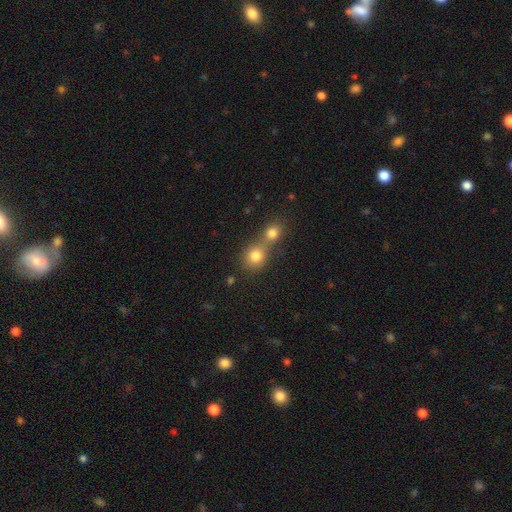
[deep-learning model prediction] Smooth or featured?
  - smooth: 80% *
  - star or artifact: 11%
  - featured or disk: 9%
How rounded?
  - round: 81% *
  - in between: 18%
  - cigar-shaped: 1%
Merging?
  - merger: 59% *
  - none: 32%
  - minor disturbance: 6%
  - major disturbance: 3%